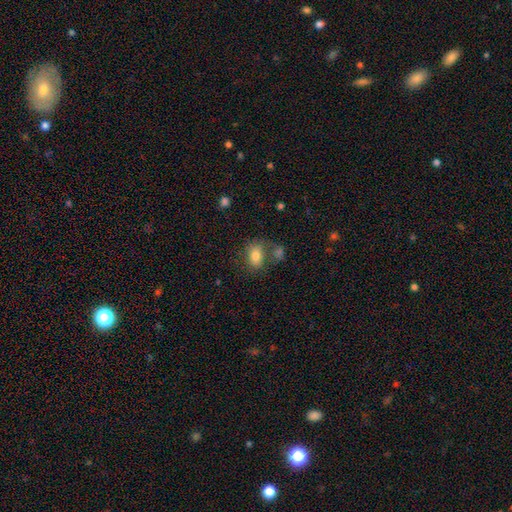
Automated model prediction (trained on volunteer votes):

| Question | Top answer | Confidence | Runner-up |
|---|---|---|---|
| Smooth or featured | smooth | 79% | featured or disk (13%) |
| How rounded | in between | 80% | round (18%) |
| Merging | none | 54% | merger (21%) |